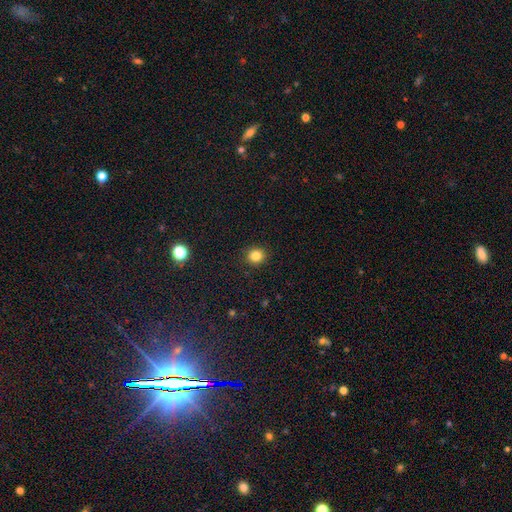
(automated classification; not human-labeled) smooth_or_featured: smooth (p=0.83) [alt: star or artifact p=0.12]
how_rounded: round (p=0.87) [alt: in between p=0.12]
merging: none (p=0.91) [alt: minor disturbance p=0.06]